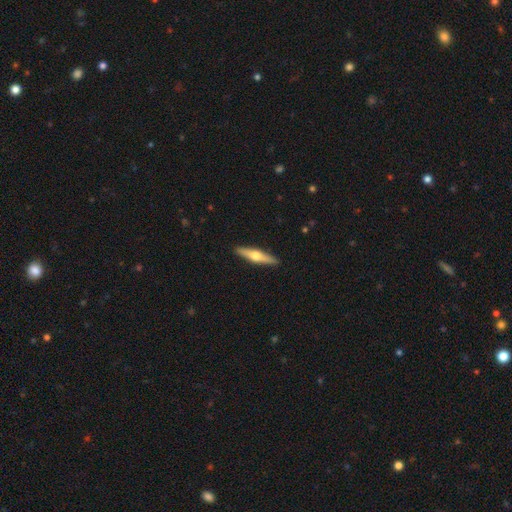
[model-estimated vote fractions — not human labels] This appears to be a featured or disk galaxy (57%) viewed edge-on (95%) with a rounded central bulge (94%). Merging: none (91%).